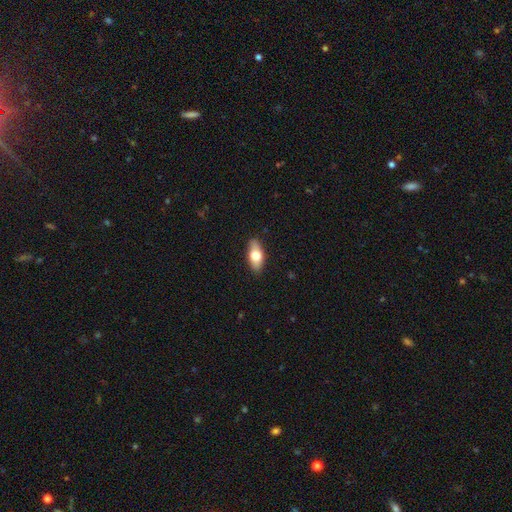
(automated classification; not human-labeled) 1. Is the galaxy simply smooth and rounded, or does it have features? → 68% smooth, 26% featured or disk, 6% star or artifact.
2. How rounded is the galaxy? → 85% in between, 11% cigar-shaped, 4% round.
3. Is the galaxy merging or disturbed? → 87% none, 10% minor disturbance, 2% major disturbance, 1% merger.